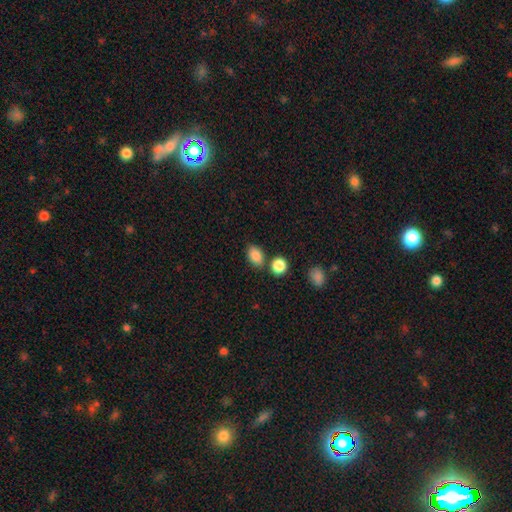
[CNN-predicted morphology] Smooth or featured?
  - smooth: 85% *
  - star or artifact: 9%
  - featured or disk: 5%
How rounded?
  - in between: 78% *
  - round: 20%
  - cigar-shaped: 1%
Merging?
  - none: 73% *
  - merger: 13%
  - minor disturbance: 11%
  - major disturbance: 3%